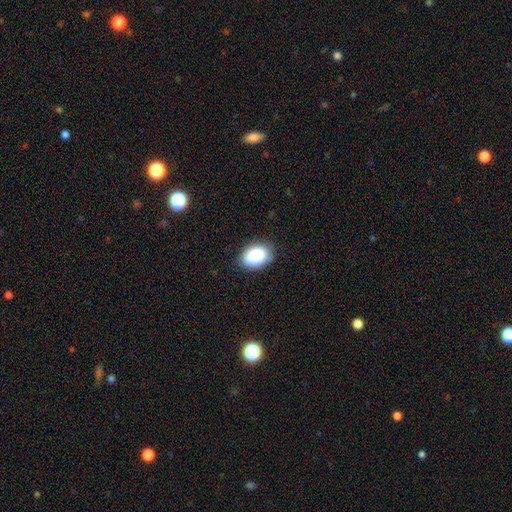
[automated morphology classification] The model was most divided on "how rounded": in between: 84%, round: 15%, cigar-shaped: 1%. More confident: smooth or featured — smooth (86%); merging — none (83%).